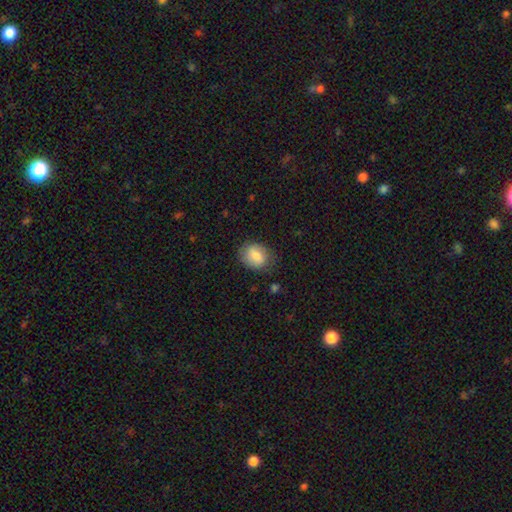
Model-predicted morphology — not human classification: A smooth galaxy with no disk features (79%) that is in between round and cigar-shaped (58%). Merging: none (78%).